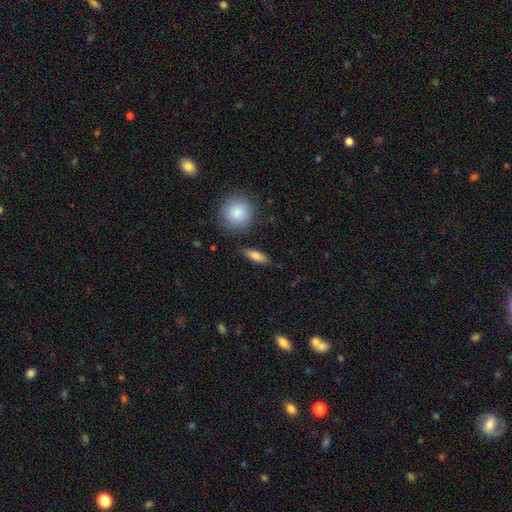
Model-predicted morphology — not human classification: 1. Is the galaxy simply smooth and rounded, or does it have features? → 78% smooth, 15% featured or disk, 7% star or artifact.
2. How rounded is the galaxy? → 57% in between, 37% cigar-shaped, 6% round.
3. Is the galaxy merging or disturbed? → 83% none, 11% minor disturbance, 3% merger, 3% major disturbance.